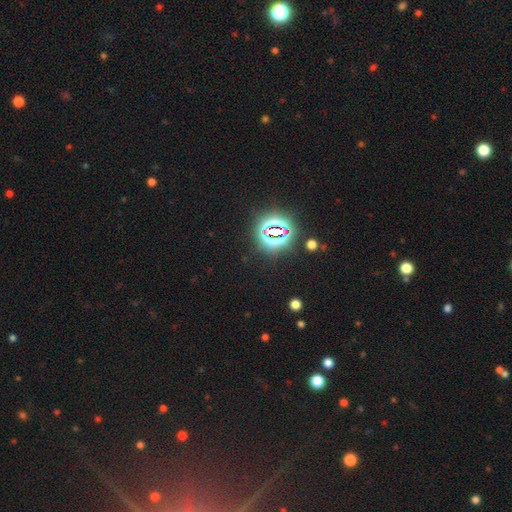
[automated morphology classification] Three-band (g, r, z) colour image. It shows a star or artifact, not a galaxy (84%).